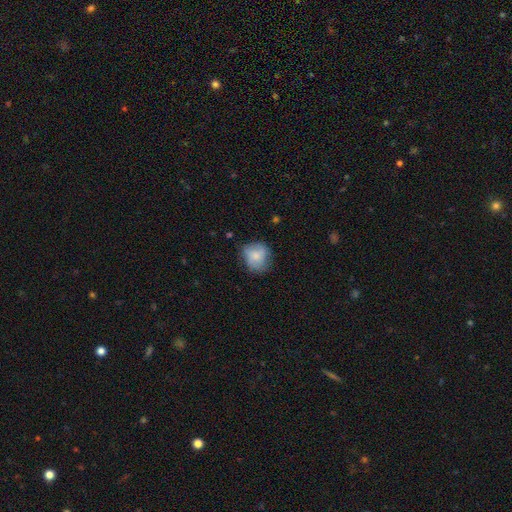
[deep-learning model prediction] A smooth galaxy with no disk features (71%) that is round (76%).

Vote fractions:
- Smooth or featured? smooth: 71% / featured or disk: 21% / star or artifact: 8%
- How rounded? round: 76% / in between: 23% / cigar-shaped: 1%
- Merging? none: 64% / minor disturbance: 27% / major disturbance: 8% / merger: 1%